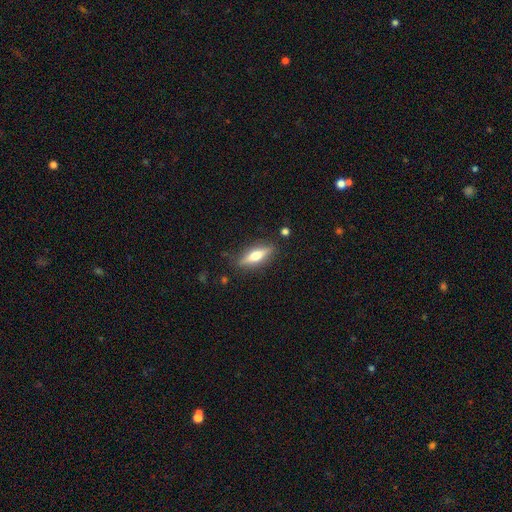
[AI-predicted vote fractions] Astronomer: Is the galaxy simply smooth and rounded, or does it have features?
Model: featured or disk — 53% (runner-up: smooth, 41%).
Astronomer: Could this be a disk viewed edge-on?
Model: yes — 91%.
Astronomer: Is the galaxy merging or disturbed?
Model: none — 85%.